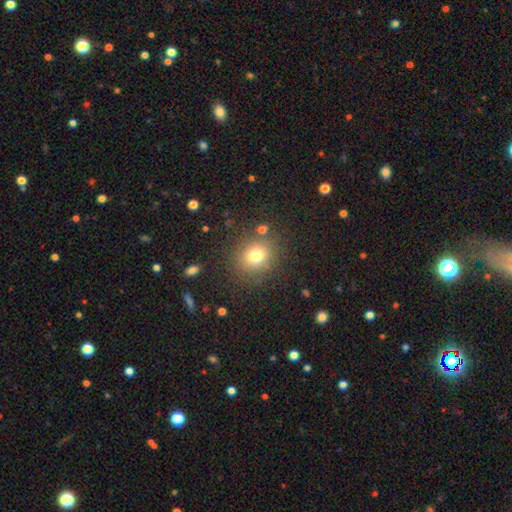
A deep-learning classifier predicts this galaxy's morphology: A smooth galaxy with no disk features (76%) that is round (74%). Merging: none (83%).